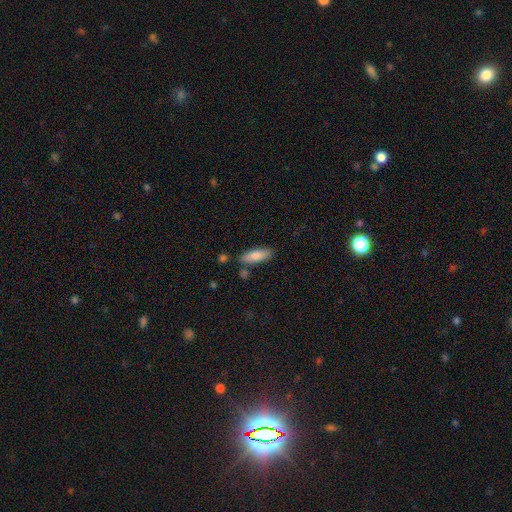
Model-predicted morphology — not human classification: type=smooth (82%); roundness=in between (59%); merging=none (79%).